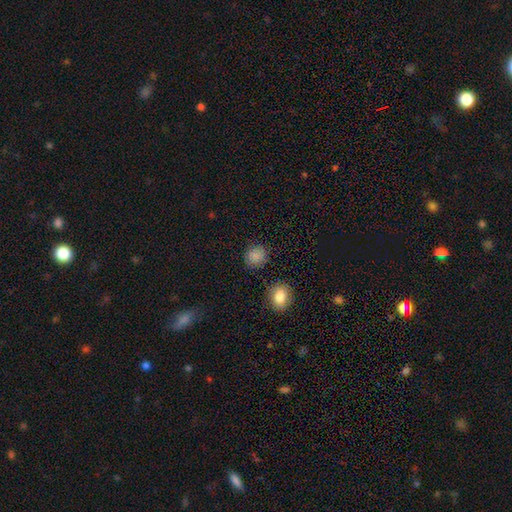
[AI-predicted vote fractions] Overall: smooth (85%). How rounded: round (83%). Merging: none (86%).